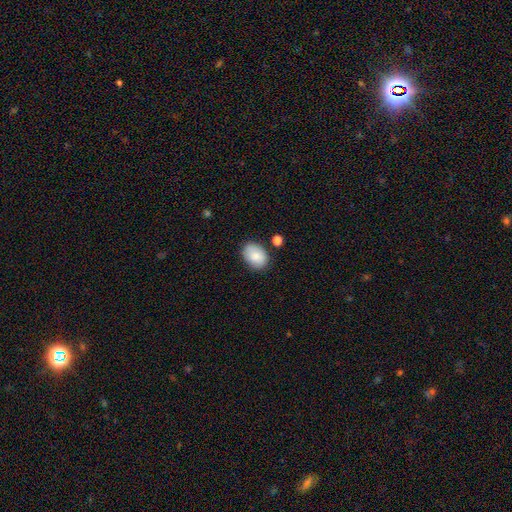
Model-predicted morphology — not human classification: The model was most divided on "how rounded": in between: 76%, round: 23%, cigar-shaped: 1%. More confident: smooth or featured — smooth (82%); merging — none (76%).